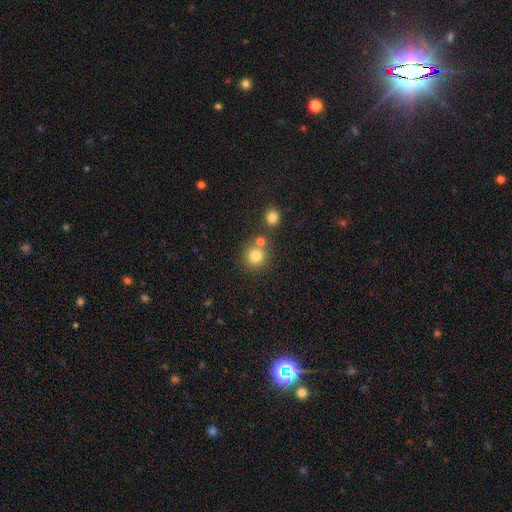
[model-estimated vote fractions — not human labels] Morphology: type=smooth (80%); roundness=round (91%); merging=none (70%).